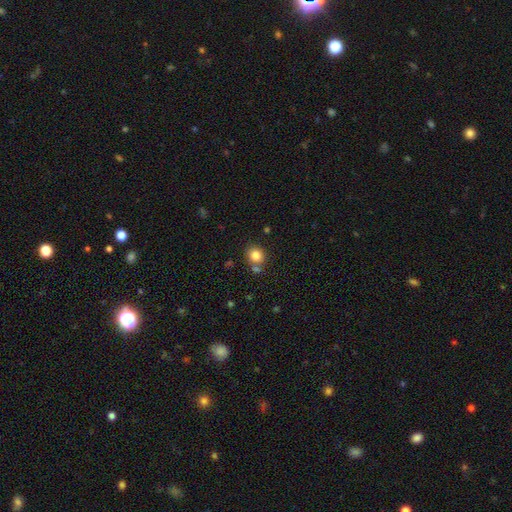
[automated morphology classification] Smooth or featured? smooth (82%)
How rounded? round (80%)
Merging? none (71%)